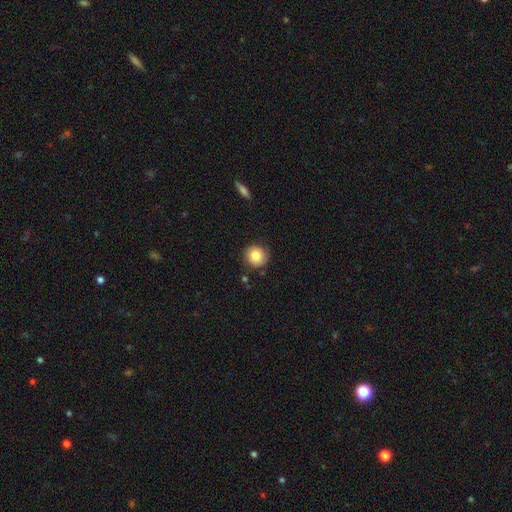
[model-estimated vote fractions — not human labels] Smooth or featured? smooth (82%)
How rounded? round (93%)
Merging? none (83%)